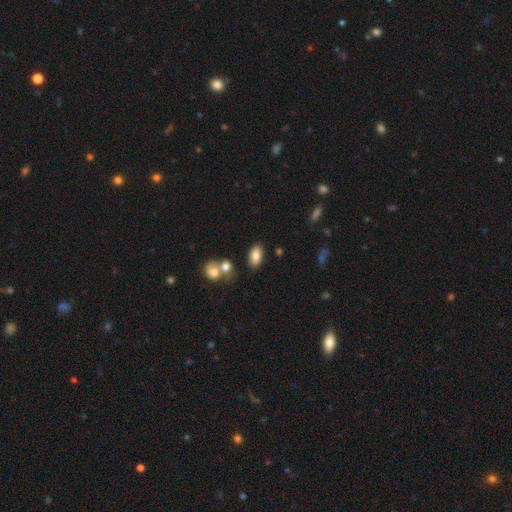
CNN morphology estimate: The model was most divided on "merging": none: 77%, minor disturbance: 11%, merger: 9%, major disturbance: 3%. More confident: how rounded — in between (92%); smooth or featured — smooth (81%).